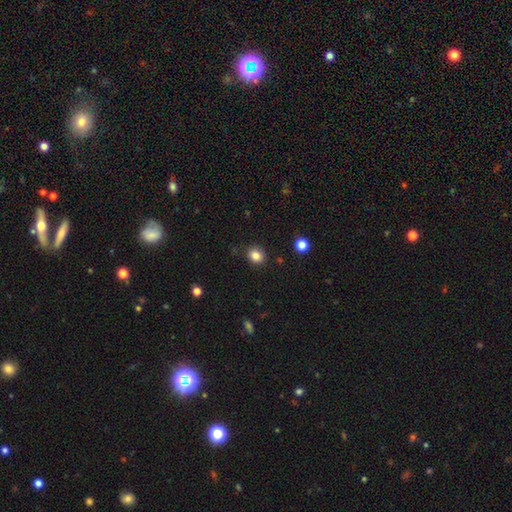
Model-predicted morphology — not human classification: smooth_or_featured: smooth (p=0.84) [alt: star or artifact p=0.11]
how_rounded: round (p=0.73) [alt: in between p=0.26]
merging: none (p=0.88) [alt: minor disturbance p=0.08]